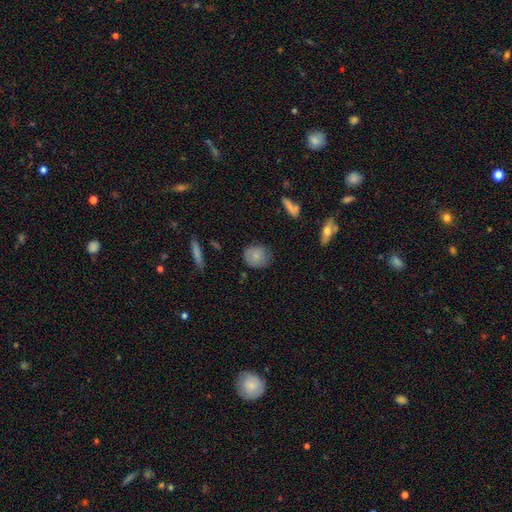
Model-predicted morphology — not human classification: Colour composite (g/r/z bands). It shows a smooth galaxy with no disk features (81%) that is round (75%). Merging: none (75%).